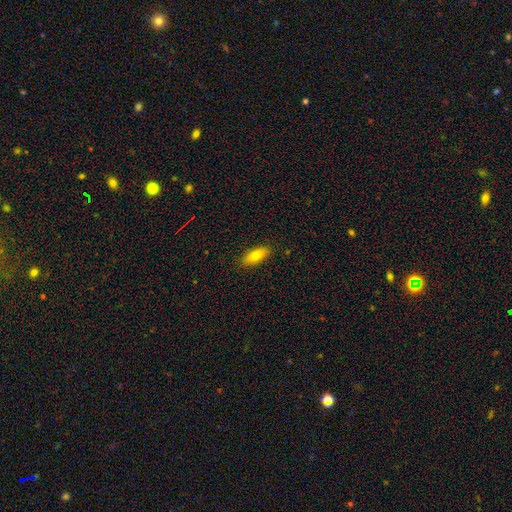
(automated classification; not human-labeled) smooth 76%, featured or disk 17%, star or artifact 7%. Down the decision tree: how rounded — in between (72%); merging — none (88%).